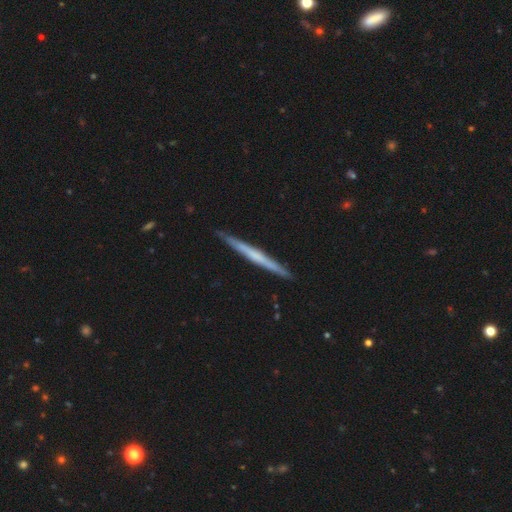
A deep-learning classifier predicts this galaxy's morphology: Overall: featured or disk (56%; smooth 39%). Edge-on disk: yes (97%). Edge-on bulge: none (77%). Merging: none (91%).